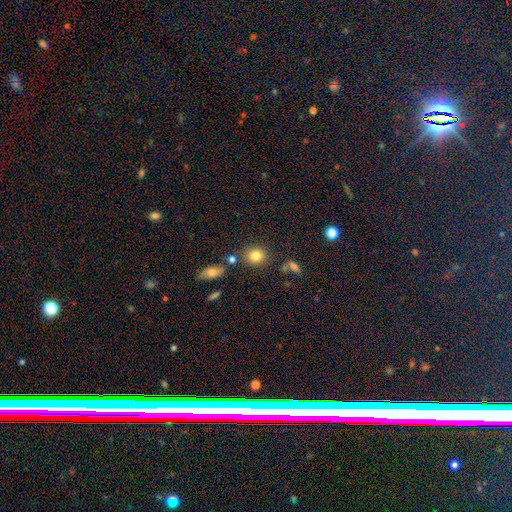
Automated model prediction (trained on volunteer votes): Smooth or featured? smooth (81%)
How rounded? round (72%)
Merging? none (76%)